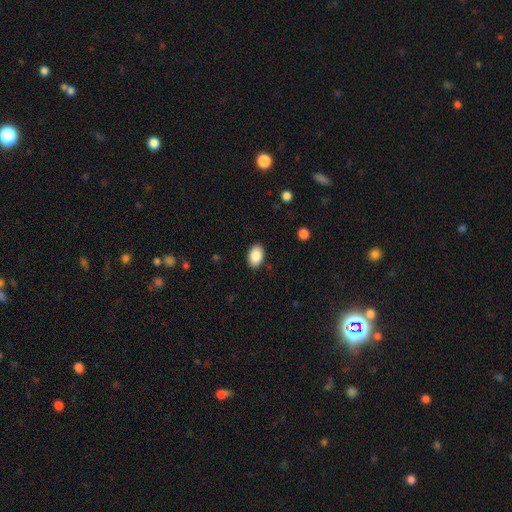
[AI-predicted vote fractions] Smooth or featured: smooth — 88% (star or artifact — 7%)
How rounded: in between — 90% (round — 9%)
Merging: none — 89% (minor disturbance — 8%)